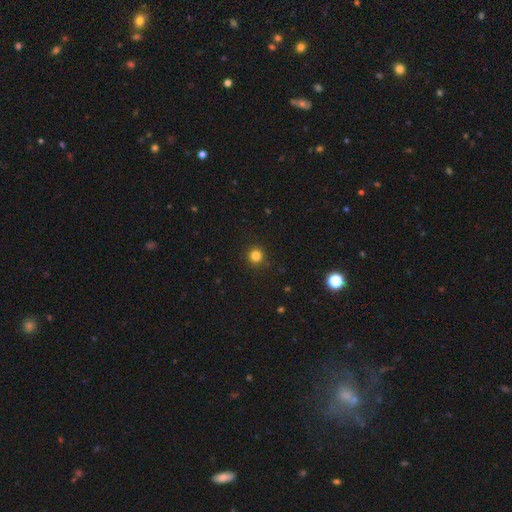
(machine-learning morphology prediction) type=smooth (82%); roundness=round (95%); merging=none (91%).